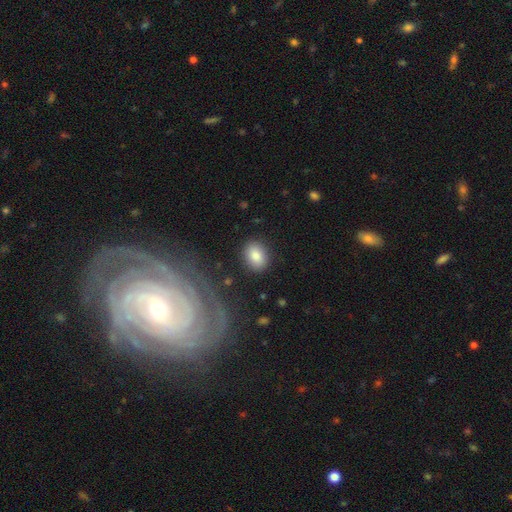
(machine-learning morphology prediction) This is clearly a smooth galaxy (84%). How rounded: likely in between (67%). Merging: clearly none (86%).